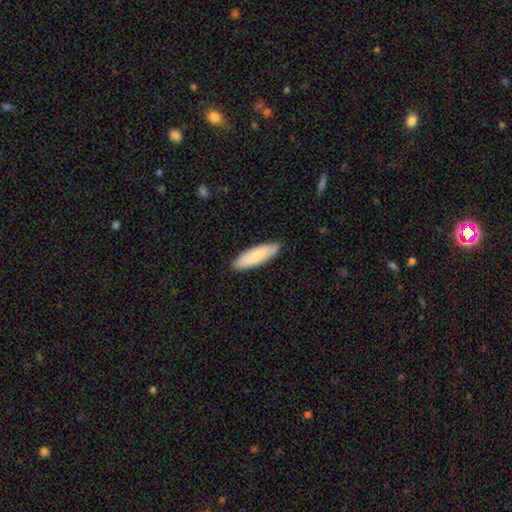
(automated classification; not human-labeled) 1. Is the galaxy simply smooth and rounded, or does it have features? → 78% smooth, 17% featured or disk, 5% star or artifact.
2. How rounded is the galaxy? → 58% cigar-shaped, 41% in between, 2% round.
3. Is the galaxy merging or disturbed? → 89% none, 9% minor disturbance, 1% major disturbance, 1% merger.